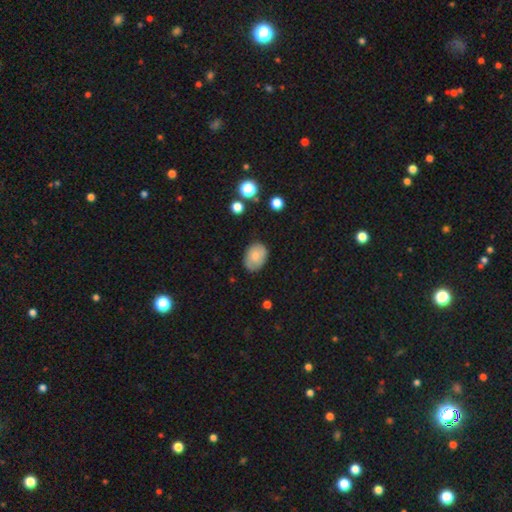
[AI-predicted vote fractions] smooth 74%, featured or disk 19%, star or artifact 8%. Down the decision tree: how rounded — in between (79%); merging — none (75%).